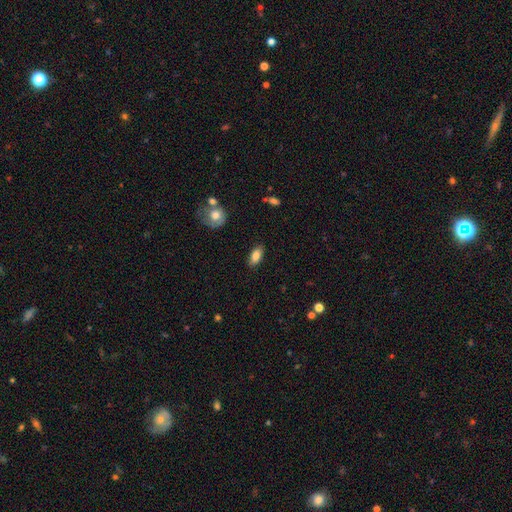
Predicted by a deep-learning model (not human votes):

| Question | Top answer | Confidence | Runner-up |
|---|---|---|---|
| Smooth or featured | smooth | 83% | featured or disk (9%) |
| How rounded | in between | 88% | cigar-shaped (8%) |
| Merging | none | 87% | minor disturbance (9%) |